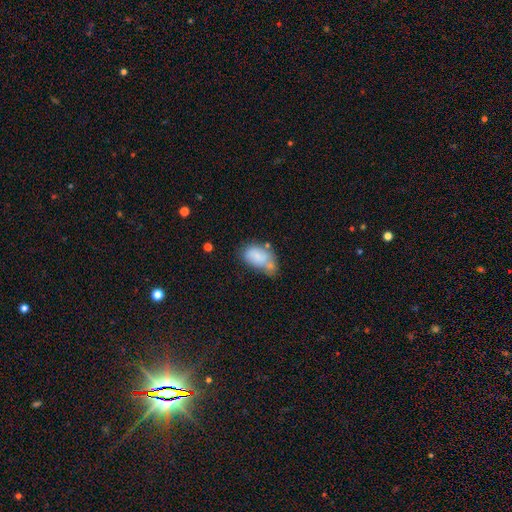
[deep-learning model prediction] smooth_or_featured: smooth (p=0.73) [alt: featured or disk p=0.19]
how_rounded: in between (p=0.89) [alt: round p=0.09]
merging: none (p=0.31) [alt: merger p=0.30]